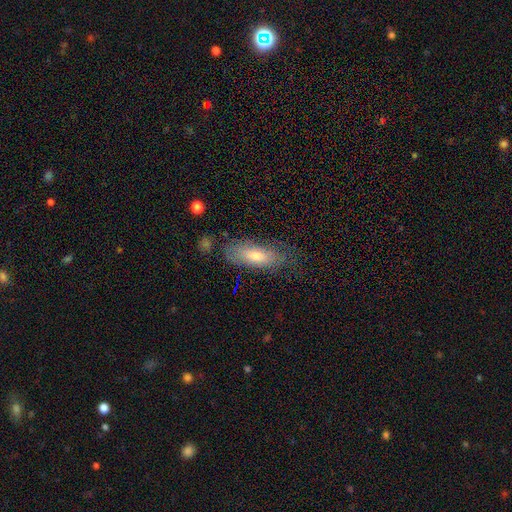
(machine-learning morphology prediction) Smooth or featured: smooth — 63% (featured or disk — 30%)
How rounded: in between — 69% (cigar-shaped — 29%)
Merging: none — 69% (minor disturbance — 21%)